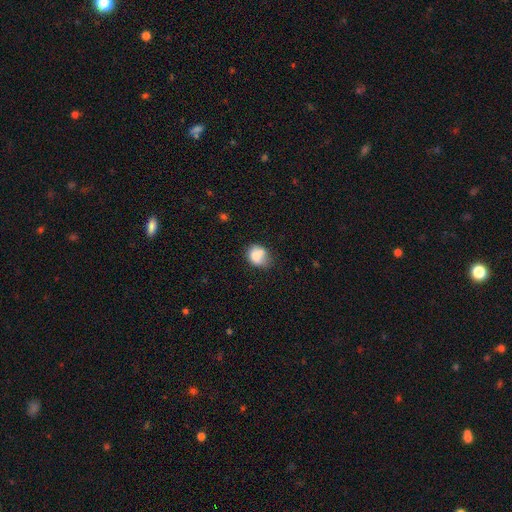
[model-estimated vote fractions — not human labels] Smooth or featured? smooth (74%)
How rounded? round (54%)
Merging? none (41%)